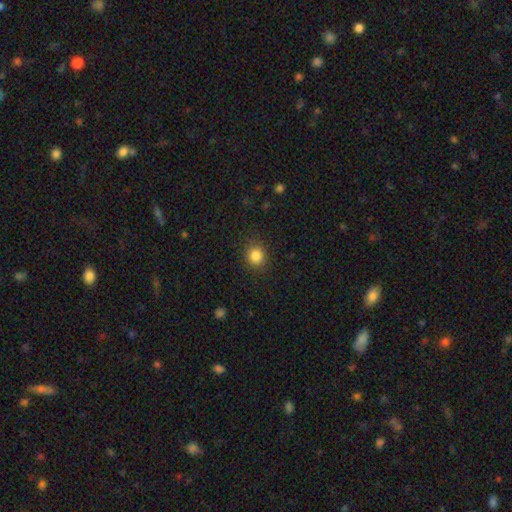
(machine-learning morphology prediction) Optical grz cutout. It shows a smooth galaxy with no disk features (85%) that is round (82%). Merging: none (88%).